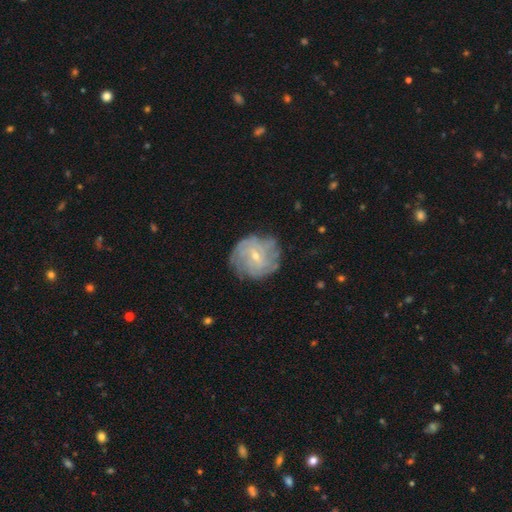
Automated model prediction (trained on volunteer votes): This appears to be a featured or disk galaxy (72%) with a weak bar (52%), tight (66%) spiral arms (84%) and a small central bulge (66%). Merging: none (75%).